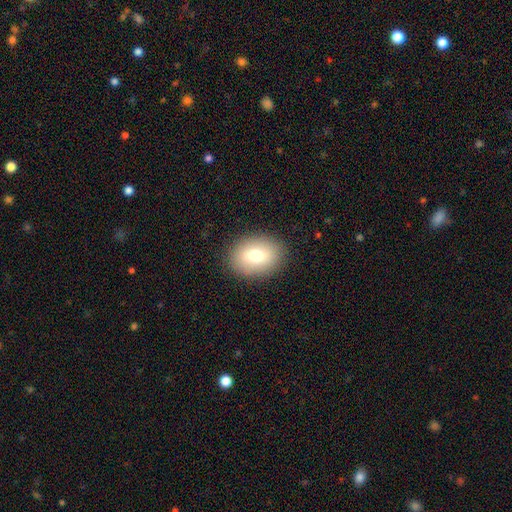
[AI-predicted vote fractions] smooth 74%, featured or disk 16%, star or artifact 10%. Down the decision tree: how rounded — in between (68%); merging — none (88%).